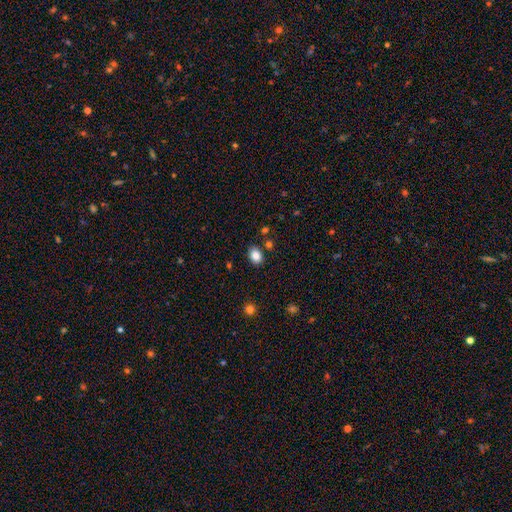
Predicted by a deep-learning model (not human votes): Overall: smooth (85%). How rounded: in between (72%). Merging: none (84%).